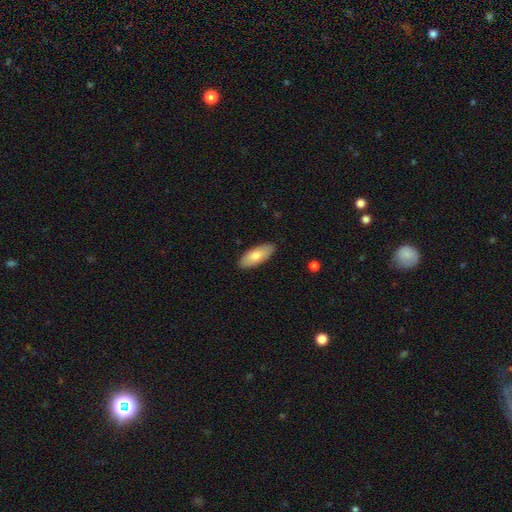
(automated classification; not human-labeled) Smooth or featured: smooth — 75% (featured or disk — 19%)
How rounded: in between — 81% (cigar-shaped — 17%)
Merging: none — 88% (minor disturbance — 9%)